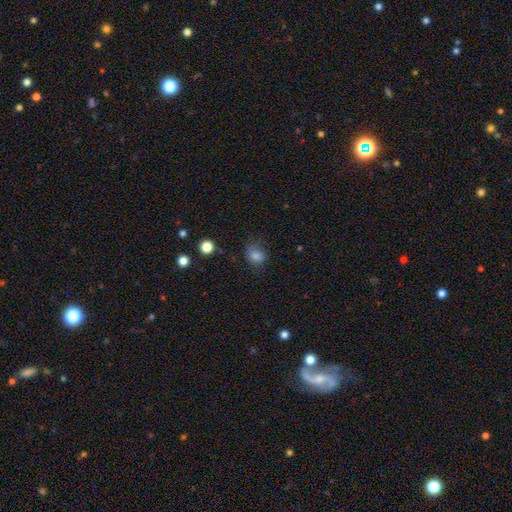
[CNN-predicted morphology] smooth 80%, star or artifact 14%, featured or disk 6%. Down the decision tree: how rounded — in between (54%); merging — none (66%).